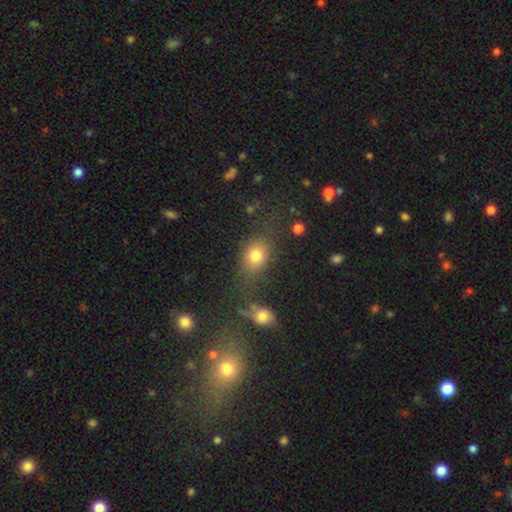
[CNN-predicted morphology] Q: Smooth or featured?
A: smooth (76%); runner-up: star or artifact (14%)
Q: How rounded?
A: in between (52%); runner-up: round (46%)
Q: Merging?
A: none (61%); runner-up: merger (16%)